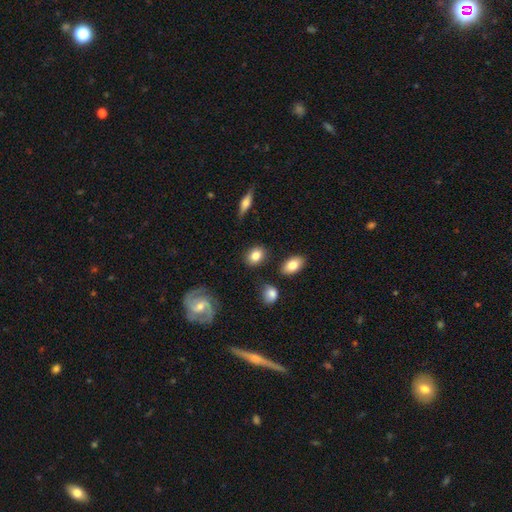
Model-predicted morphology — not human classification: smooth_or_featured: smooth (p=0.83) [alt: featured or disk p=0.09]
how_rounded: in between (p=0.59) [alt: round p=0.39]
merging: none (p=0.84) [alt: minor disturbance p=0.10]